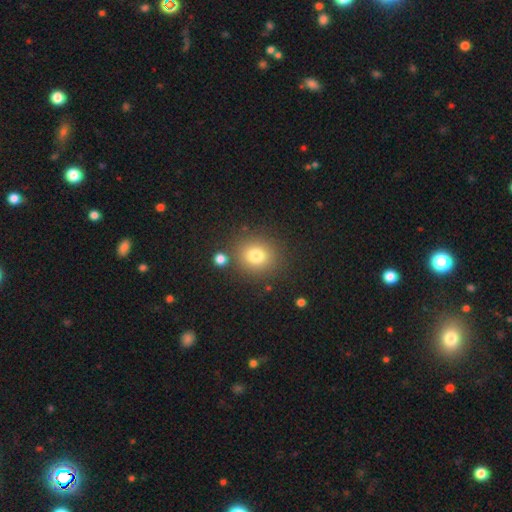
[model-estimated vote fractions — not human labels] Overall: smooth (79%). How rounded: round (83%). Merging: none (82%).